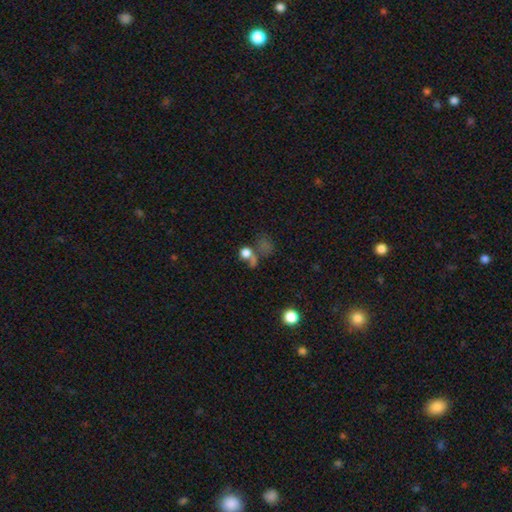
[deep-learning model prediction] Smooth or featured: star or artifact — 43% (smooth — 38%)